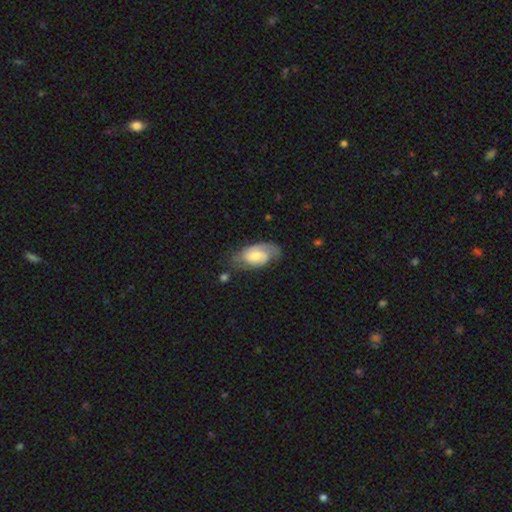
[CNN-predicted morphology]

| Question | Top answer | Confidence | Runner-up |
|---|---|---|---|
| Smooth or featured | featured or disk | 69% | smooth (25%) |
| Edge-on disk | no | 96% | yes (4%) |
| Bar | weak | 47% | no (44%) |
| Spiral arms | yes | 91% | no (9%) |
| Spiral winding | medium | 45% | tight (38%) |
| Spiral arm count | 2 | 67% | can't tell (15%) |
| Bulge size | moderate | 47% | small (40%) |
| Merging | none | 62% | minor disturbance (25%) |